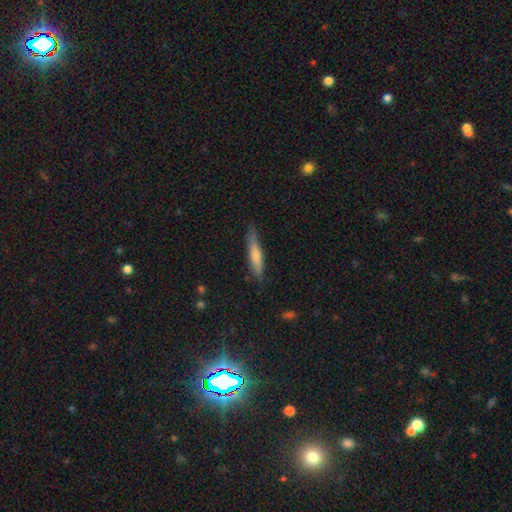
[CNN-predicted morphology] The model was most divided on "smooth or featured": smooth: 68%, featured or disk: 26%, star or artifact: 6%. More confident: how rounded — cigar-shaped (86%); merging — none (73%).